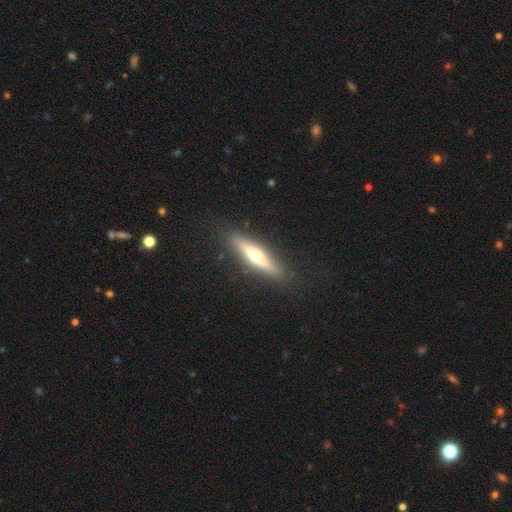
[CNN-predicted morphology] featured or disk 56%, smooth 38%, star or artifact 6%. Down the decision tree: edge-on disk — yes (92%); edge-on bulge — rounded (89%); merging — none (88%).